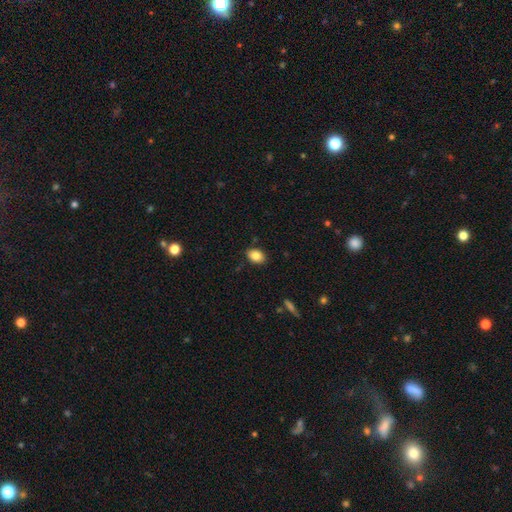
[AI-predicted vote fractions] Smooth or featured? smooth (86%)
How rounded? in between (78%)
Merging? none (86%)